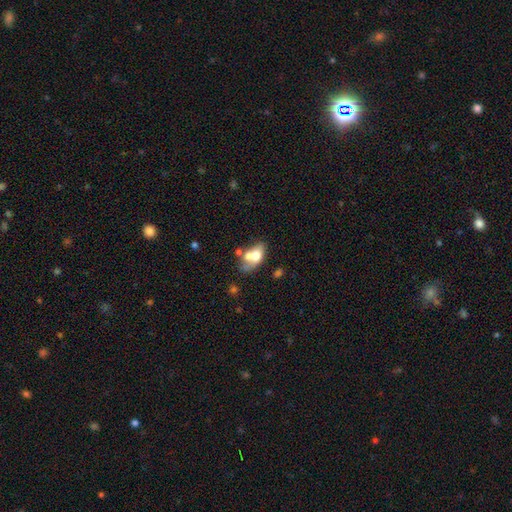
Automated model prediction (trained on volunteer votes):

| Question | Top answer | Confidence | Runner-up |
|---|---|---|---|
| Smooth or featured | smooth | 62% | featured or disk (30%) |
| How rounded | in between | 85% | round (11%) |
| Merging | merger | 48% | none (27%) |